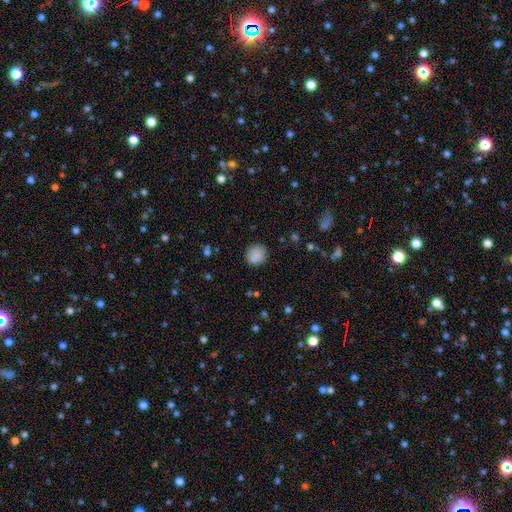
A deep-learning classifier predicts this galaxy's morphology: Smooth or featured: smooth — 82% (star or artifact — 10%)
How rounded: round — 86% (in between — 13%)
Merging: none — 78% (minor disturbance — 14%)